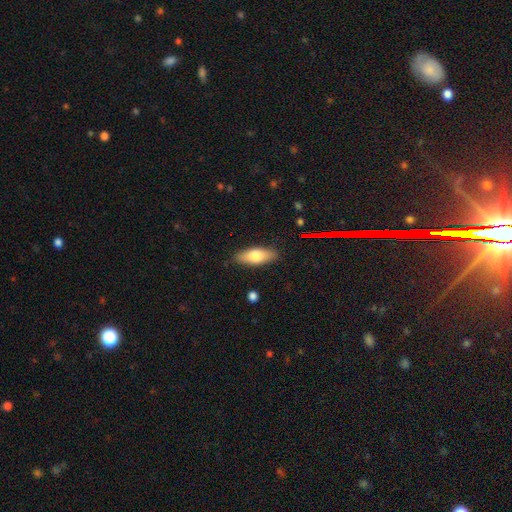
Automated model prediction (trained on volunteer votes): Overall: smooth (72%). How rounded: in between (75%). Merging: none (87%).